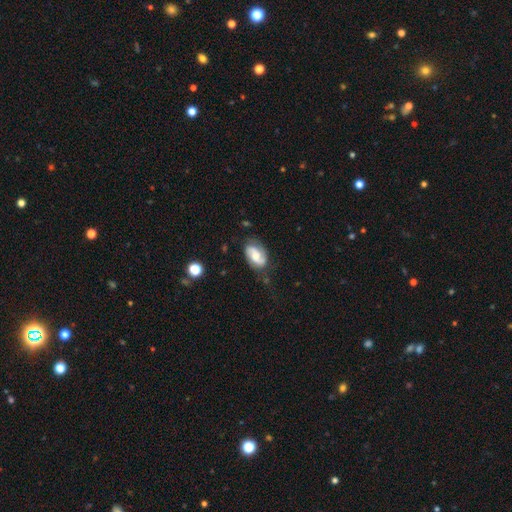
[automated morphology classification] Smooth or featured: featured or disk — 64% (smooth — 28%)
Edge-on disk: no — 96% (yes — 4%)
Bar: no — 48% (weak — 40%)
Spiral arms: yes — 91% (no — 9%)
Spiral winding: medium — 42% (loose — 35%)
Spiral arm count: 2 — 84% (can't tell — 8%)
Bulge size: moderate — 43% (small — 25%)
Merging: none — 69% (minor disturbance — 21%)